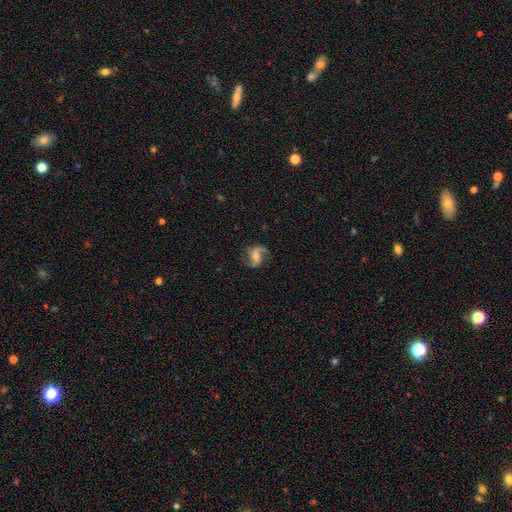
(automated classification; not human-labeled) Smooth or featured: featured or disk — 85% (smooth — 9%)
Edge-on disk: no — 97% (yes — 3%)
Bar: weak — 40% (no — 36%)
Spiral arms: yes — 96% (no — 4%)
Spiral winding: loose — 58% (medium — 35%)
Spiral arm count: 2 — 92% (1 — 3%)
Bulge size: moderate — 48% (small — 43%)
Merging: none — 78% (minor disturbance — 14%)